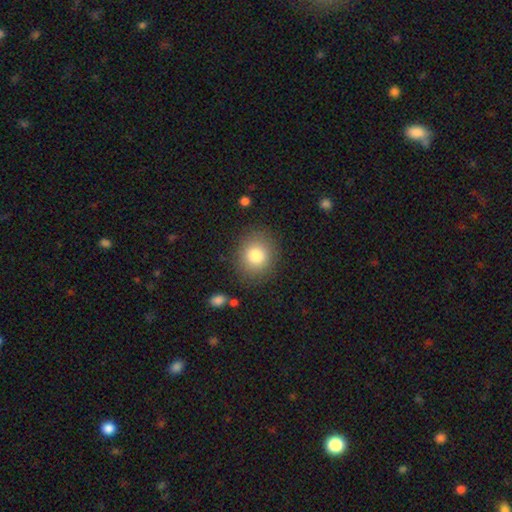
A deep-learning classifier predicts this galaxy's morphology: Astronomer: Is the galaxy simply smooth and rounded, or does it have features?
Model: smooth — 81%.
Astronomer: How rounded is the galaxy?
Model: round — 74%.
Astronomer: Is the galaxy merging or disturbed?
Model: none — 85%.